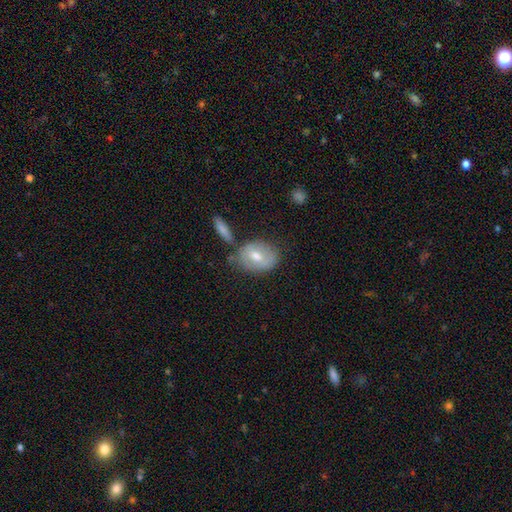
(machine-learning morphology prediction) This is likely a smooth galaxy (61%). How rounded: likely in between (73%). Merging: likely none (62%).